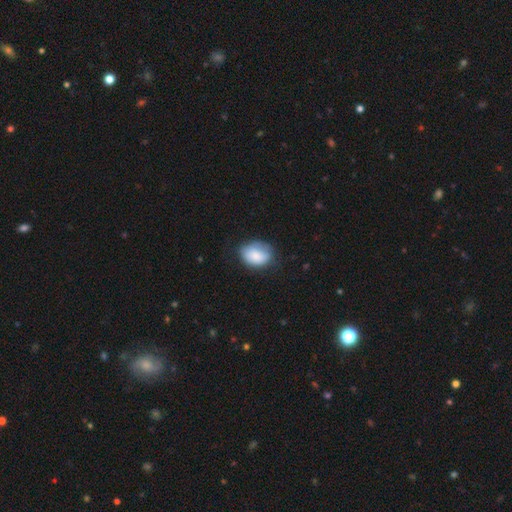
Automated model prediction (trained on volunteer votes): Smooth or featured: smooth — 82% (featured or disk — 11%)
How rounded: in between — 67% (round — 32%)
Merging: none — 59% (minor disturbance — 31%)